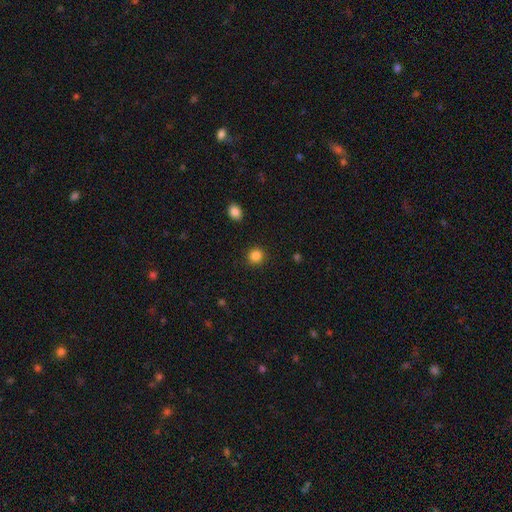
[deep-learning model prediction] A smooth galaxy with no disk features (86%) that is round (92%). Merging: none (91%).